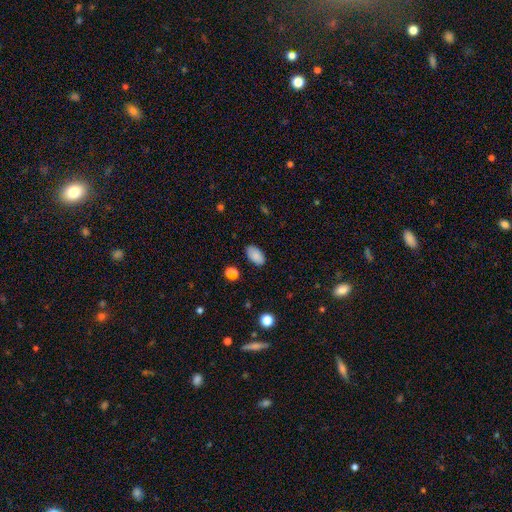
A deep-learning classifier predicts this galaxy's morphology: Smooth or featured: smooth — 87% (star or artifact — 8%)
How rounded: in between — 94% (round — 4%)
Merging: none — 86% (minor disturbance — 10%)